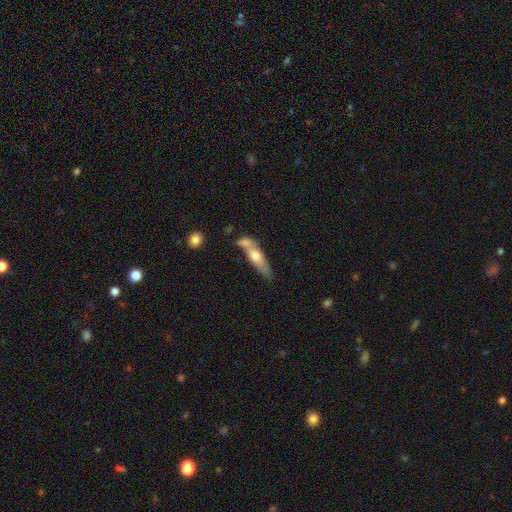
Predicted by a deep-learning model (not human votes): This is possibly a smooth galaxy (49%). Merging: marginally none (37%).